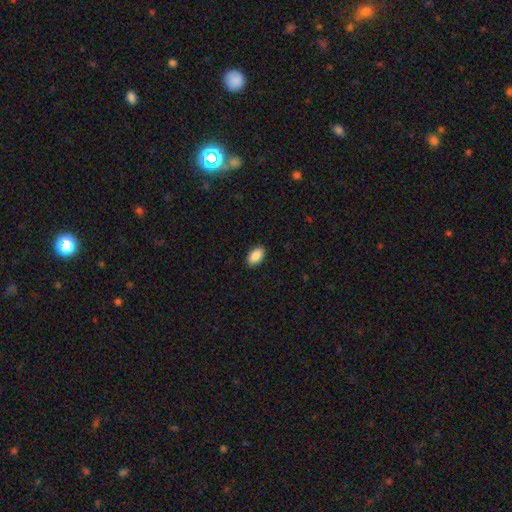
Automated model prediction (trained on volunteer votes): smooth_or_featured: smooth (p=0.88) [alt: star or artifact p=0.07]
how_rounded: in between (p=0.94) [alt: round p=0.04]
merging: none (p=0.90) [alt: minor disturbance p=0.08]